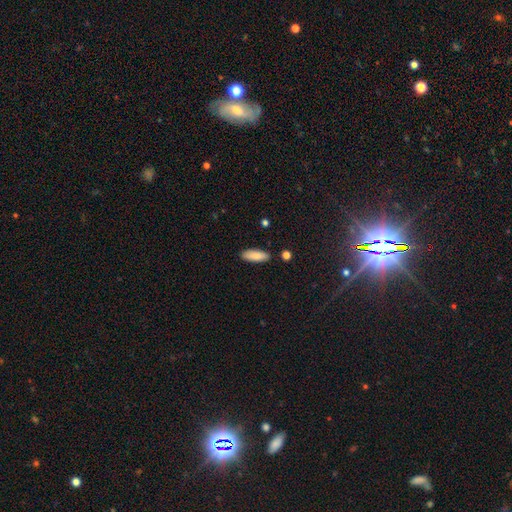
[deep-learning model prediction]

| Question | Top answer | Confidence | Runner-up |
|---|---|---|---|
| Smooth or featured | smooth | 87% | featured or disk (6%) |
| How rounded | in between | 62% | cigar-shaped (36%) |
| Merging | none | 87% | minor disturbance (9%) |